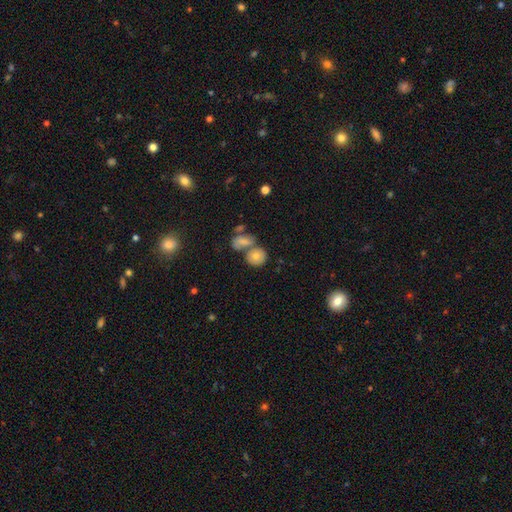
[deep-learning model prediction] Q: Smooth or featured?
A: smooth (76%); runner-up: featured or disk (15%)
Q: How rounded?
A: round (70%); runner-up: in between (28%)
Q: Merging?
A: none (47%); runner-up: merger (37%)